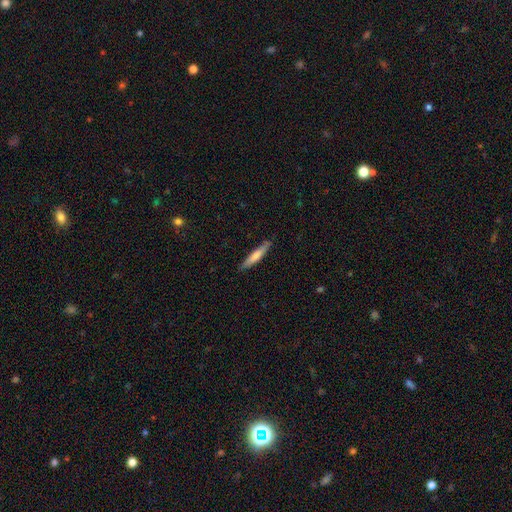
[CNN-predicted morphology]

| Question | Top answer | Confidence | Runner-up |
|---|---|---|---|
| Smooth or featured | smooth | 67% | featured or disk (28%) |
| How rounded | cigar-shaped | 91% | in between (8%) |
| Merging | none | 85% | minor disturbance (12%) |